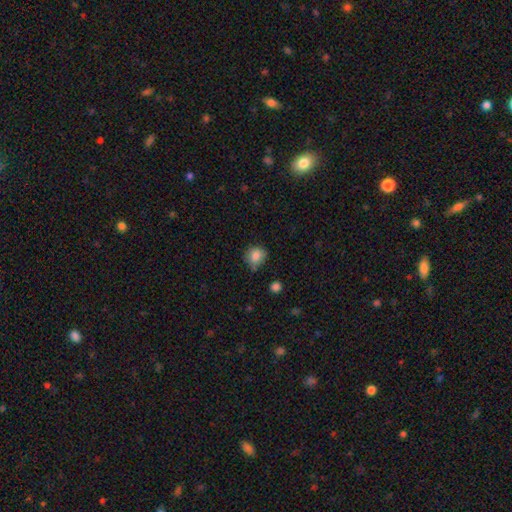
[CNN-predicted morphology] smooth_or_featured: smooth (p=0.85) [alt: star or artifact p=0.10]
how_rounded: round (p=0.81) [alt: in between p=0.18]
merging: none (p=0.67) [alt: minor disturbance p=0.24]